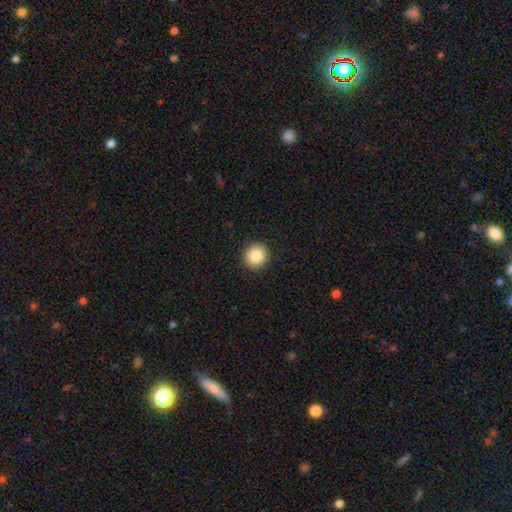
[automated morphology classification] smooth-or-featured: smooth: 85% | star or artifact: 9% | featured or disk: 6%
  how-rounded: round: 92% | in between: 7% | cigar-shaped: 1%
  merging: none: 93% | minor disturbance: 5% | major disturbance: 2% | merger: 1%